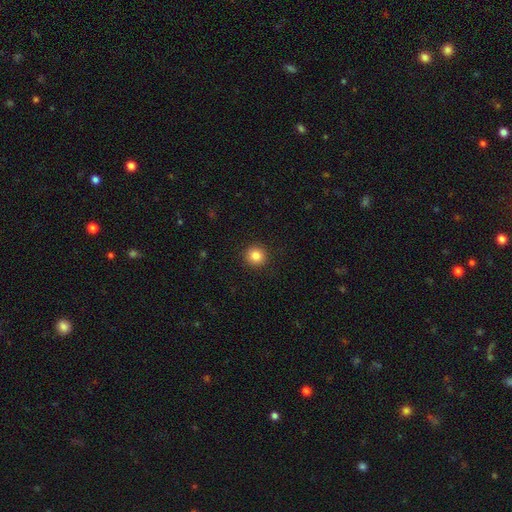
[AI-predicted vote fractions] Smooth or featured? Predicted: smooth (p=0.85). How rounded? Predicted: round (p=0.94). Merging? Predicted: none (p=0.92).